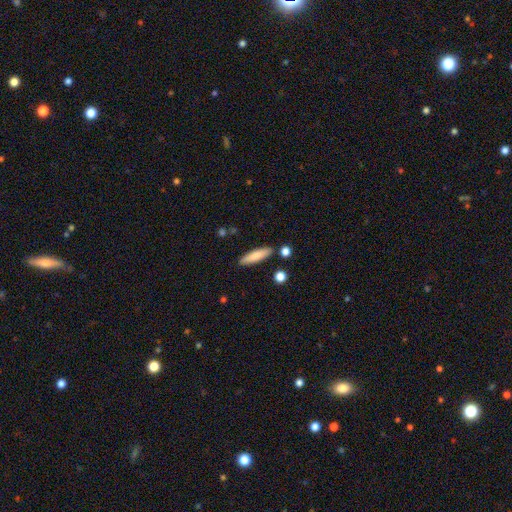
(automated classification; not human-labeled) Q: Smooth or featured?
A: smooth (80%); runner-up: featured or disk (14%)
Q: How rounded?
A: cigar-shaped (75%); runner-up: in between (23%)
Q: Merging?
A: none (85%); runner-up: minor disturbance (9%)